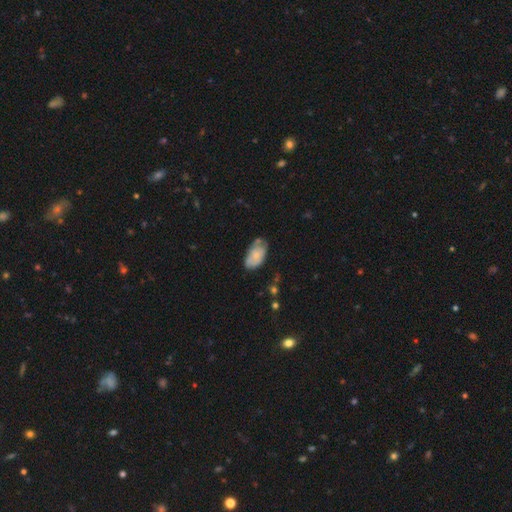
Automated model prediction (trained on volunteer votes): A smooth galaxy with no disk features (67%) that is in between round and cigar-shaped (94%).

Vote fractions:
- Smooth or featured? smooth: 67% / featured or disk: 26% / star or artifact: 7%
- How rounded? in between: 94% / round: 4% / cigar-shaped: 2%
- Merging? none: 53% / minor disturbance: 33% / major disturbance: 9% / merger: 5%